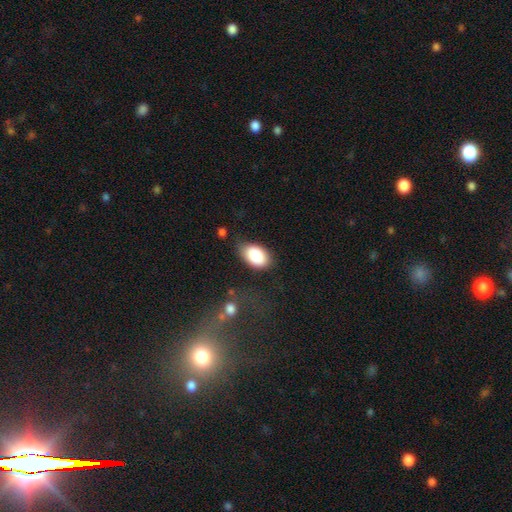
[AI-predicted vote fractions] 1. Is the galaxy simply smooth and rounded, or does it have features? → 86% smooth, 8% featured or disk, 7% star or artifact.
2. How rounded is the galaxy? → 92% in between, 7% round, 1% cigar-shaped.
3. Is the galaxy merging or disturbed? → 72% none, 19% minor disturbance, 6% major disturbance, 3% merger.